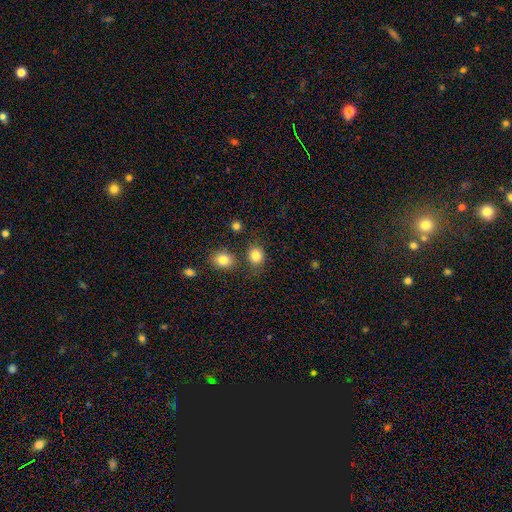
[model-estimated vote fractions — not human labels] Smooth or featured? Predicted: smooth (p=0.83). How rounded? Predicted: round (p=0.73). Merging? Predicted: none (p=0.73).